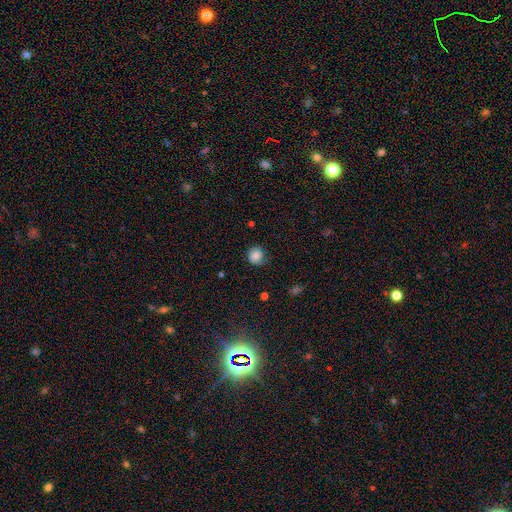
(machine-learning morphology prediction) smooth 80%, featured or disk 11%, star or artifact 9%. Down the decision tree: how rounded — round (86%); merging — none (67%).